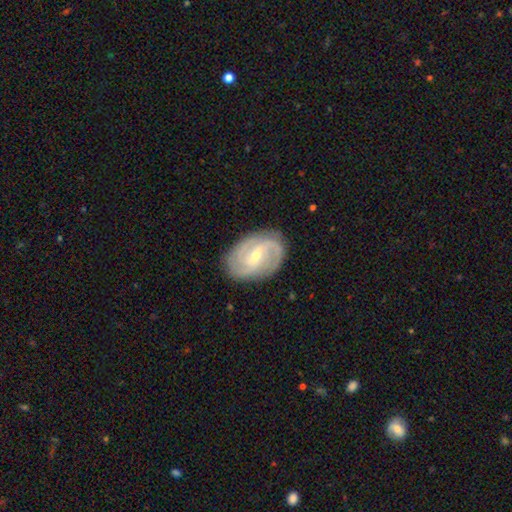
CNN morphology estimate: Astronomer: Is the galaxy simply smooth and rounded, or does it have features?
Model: featured or disk — 87%.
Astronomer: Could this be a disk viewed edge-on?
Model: no — 97%.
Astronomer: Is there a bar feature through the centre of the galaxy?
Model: weak — 51% (runner-up: strong, 29%).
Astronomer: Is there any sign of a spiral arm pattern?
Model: yes — 96%.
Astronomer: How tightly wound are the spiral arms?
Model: medium — 44% (runner-up: tight, 41%).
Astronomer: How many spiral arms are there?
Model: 2 — 46% (runner-up: 3, 27%).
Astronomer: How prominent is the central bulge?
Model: small — 58% (runner-up: moderate, 40%).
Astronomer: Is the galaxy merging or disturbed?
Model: none — 82%.